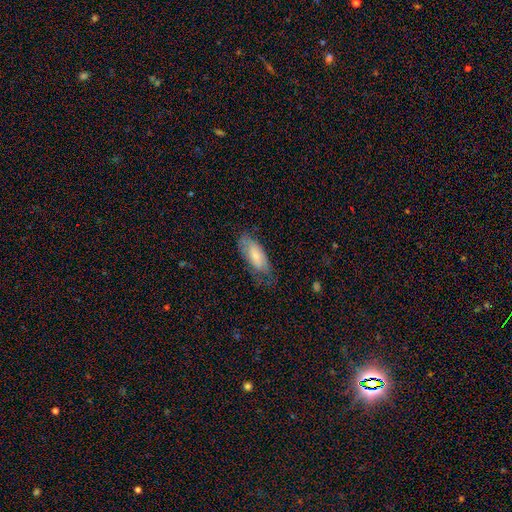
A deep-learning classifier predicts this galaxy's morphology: This is likely a smooth galaxy (70%). How rounded: likely in between (79%). Merging: possibly none (56%).